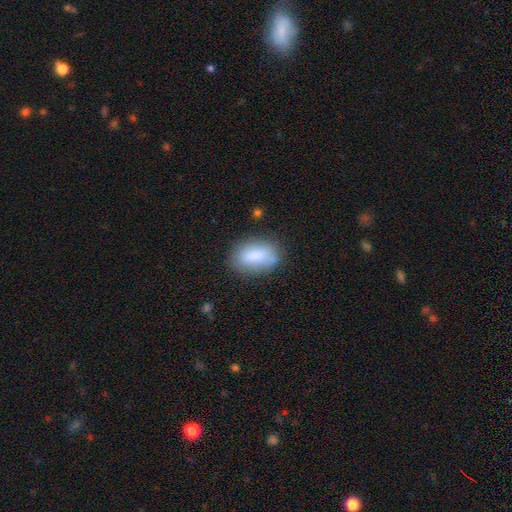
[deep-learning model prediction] smooth_or_featured: smooth (p=0.82) [alt: featured or disk p=0.11]
how_rounded: in between (p=0.86) [alt: round p=0.11]
merging: none (p=0.72) [alt: minor disturbance p=0.19]